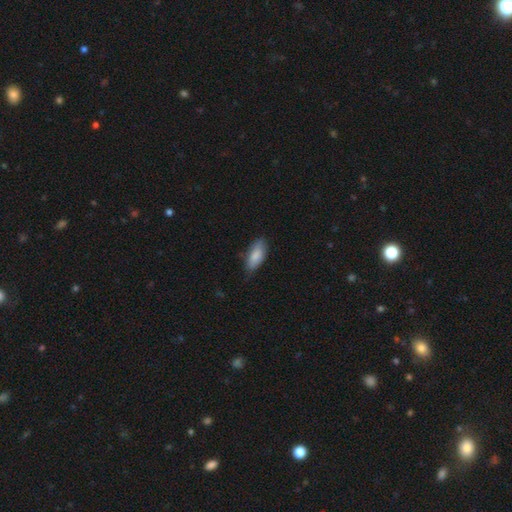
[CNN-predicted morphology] Smooth or featured? smooth (84%)
How rounded? in between (84%)
Merging? none (68%)